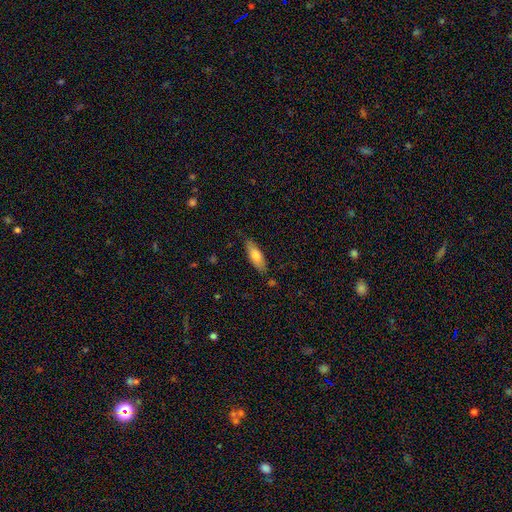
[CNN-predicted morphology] smooth_or_featured: smooth (p=0.72) [alt: featured or disk p=0.22]
how_rounded: in between (p=0.60) [alt: cigar-shaped p=0.38]
merging: none (p=0.77) [alt: minor disturbance p=0.18]